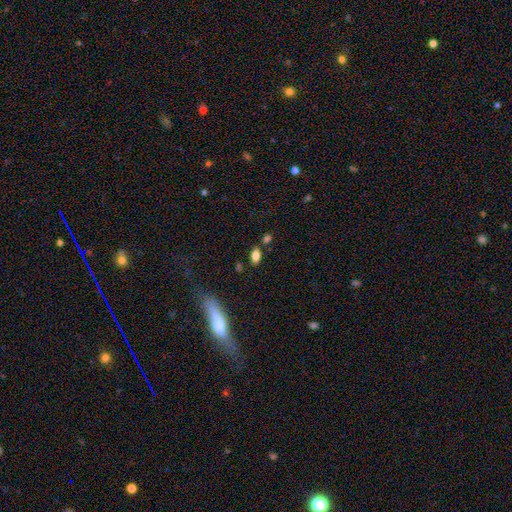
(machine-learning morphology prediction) Smooth or featured?
  - smooth: 79% *
  - featured or disk: 11%
  - star or artifact: 10%
How rounded?
  - in between: 87% *
  - cigar-shaped: 7%
  - round: 6%
Merging?
  - none: 76% *
  - minor disturbance: 12%
  - merger: 9%
  - major disturbance: 3%